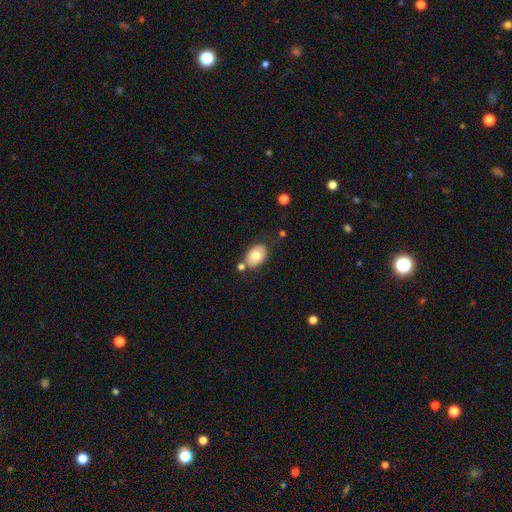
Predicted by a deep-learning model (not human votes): Overall: smooth (75%). How rounded: in between (87%). Merging: none (69%).